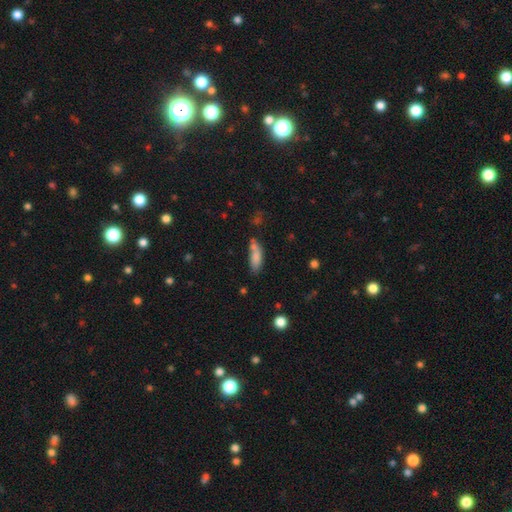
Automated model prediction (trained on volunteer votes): Smooth or featured: smooth — 80% (featured or disk — 11%)
How rounded: in between — 60% (cigar-shaped — 37%)
Merging: none — 54% (minor disturbance — 21%)